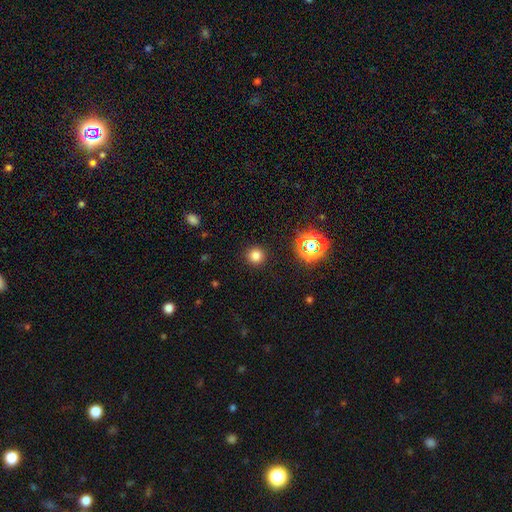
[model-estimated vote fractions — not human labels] Smooth or featured? Predicted: smooth (p=0.76). How rounded? Predicted: round (p=0.94). Merging? Predicted: none (p=0.91).